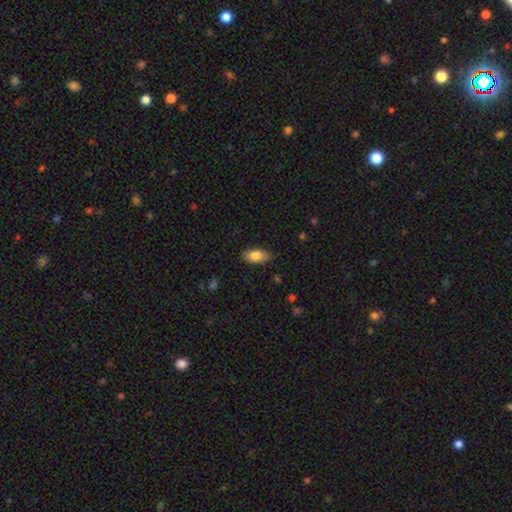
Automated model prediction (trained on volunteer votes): This is clearly a smooth galaxy (81%). How rounded: clearly in between (90%). Merging: clearly none (80%).